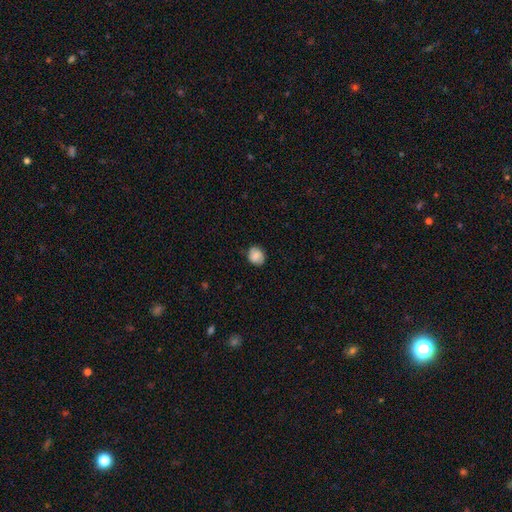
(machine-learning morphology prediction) smooth-or-featured: smooth: 76% | featured or disk: 16% | star or artifact: 8%
  how-rounded: round: 68% | in between: 31% | cigar-shaped: 1%
  merging: none: 79% | minor disturbance: 17% | major disturbance: 3% | merger: 1%